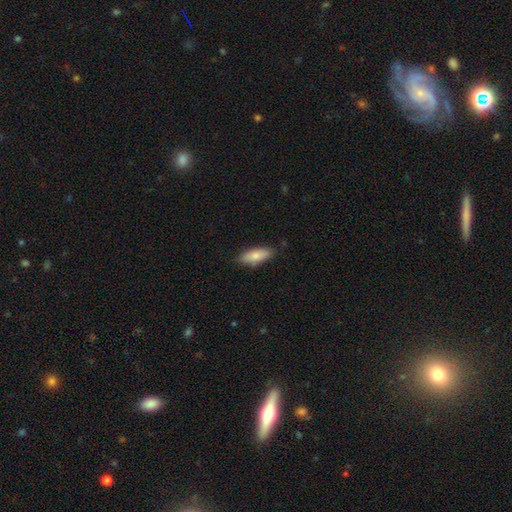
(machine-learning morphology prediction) This appears to be a smooth galaxy with no disk features (80%) that is in between round and cigar-shaped (66%). Merging: none (83%).